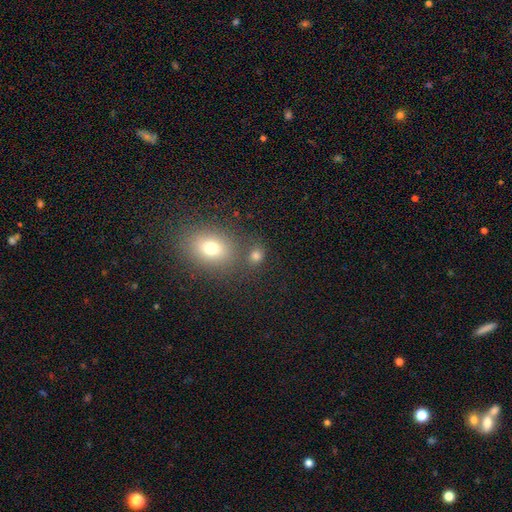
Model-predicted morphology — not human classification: smooth_or_featured: smooth (p=0.75) [alt: star or artifact p=0.18]
how_rounded: round (p=0.62) [alt: in between p=0.36]
merging: none (p=0.67) [alt: merger p=0.18]